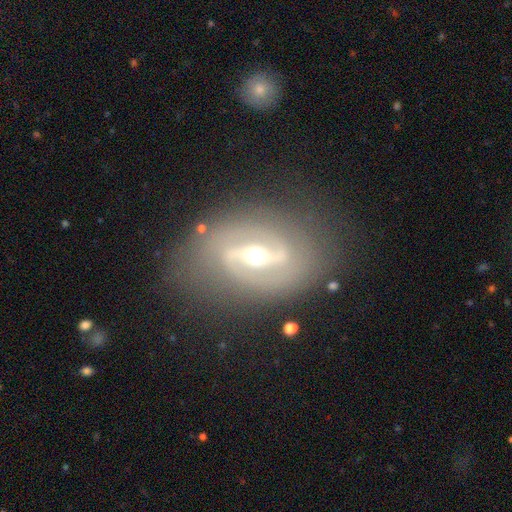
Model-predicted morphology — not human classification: This appears to be a featured or disk galaxy (86%) with a strong bar (47%), 2 (87%) medium (46%) spiral arms (91%) and a moderate central bulge (61%). Merging: none (80%).